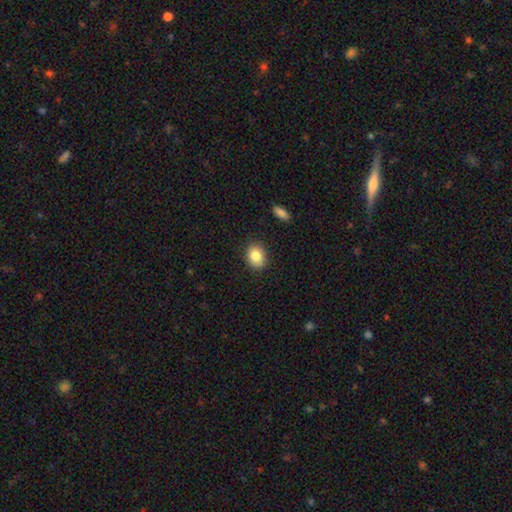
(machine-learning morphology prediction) Overall: smooth (84%). How rounded: in between (52%; round 47%). Merging: none (86%).